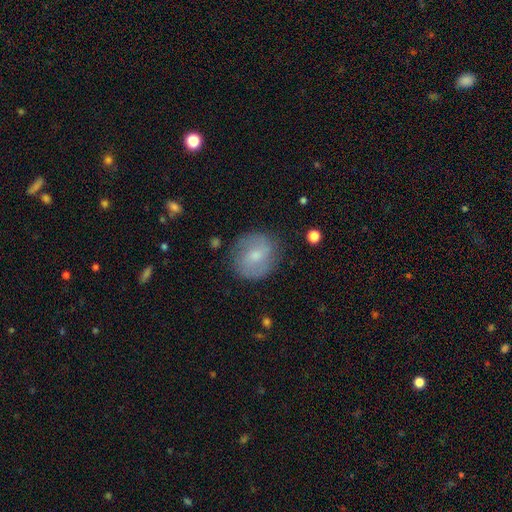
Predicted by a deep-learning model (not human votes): Overall: smooth (48%; featured or disk 44%). Merging: none (80%).